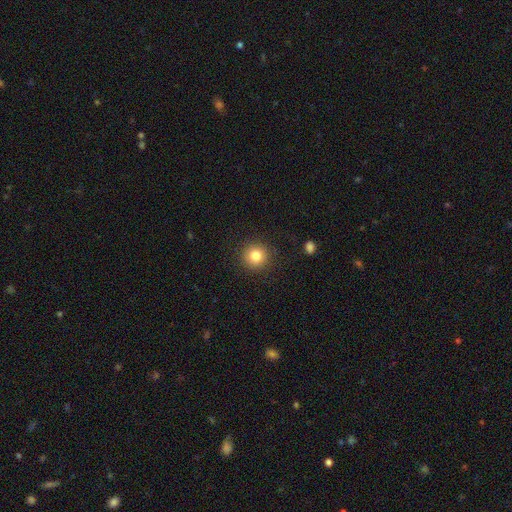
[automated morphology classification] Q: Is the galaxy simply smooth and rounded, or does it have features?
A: smooth — 82%.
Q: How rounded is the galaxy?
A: round — 94%.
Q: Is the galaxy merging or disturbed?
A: none — 91%.